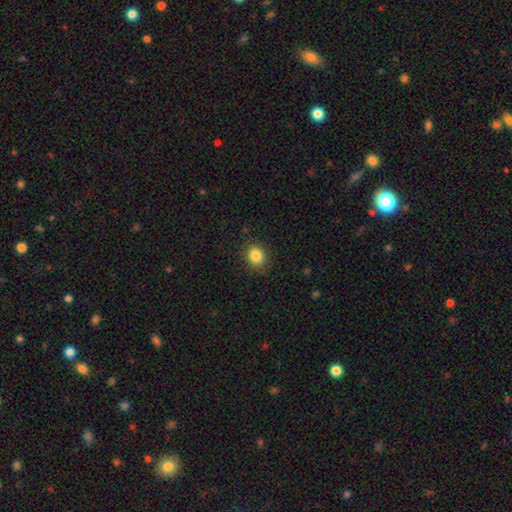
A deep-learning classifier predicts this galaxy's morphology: Smooth or featured?
  - smooth: 85% *
  - star or artifact: 10%
  - featured or disk: 6%
How rounded?
  - round: 59% *
  - in between: 40%
  - cigar-shaped: 1%
Merging?
  - none: 87% *
  - minor disturbance: 9%
  - major disturbance: 3%
  - merger: 1%